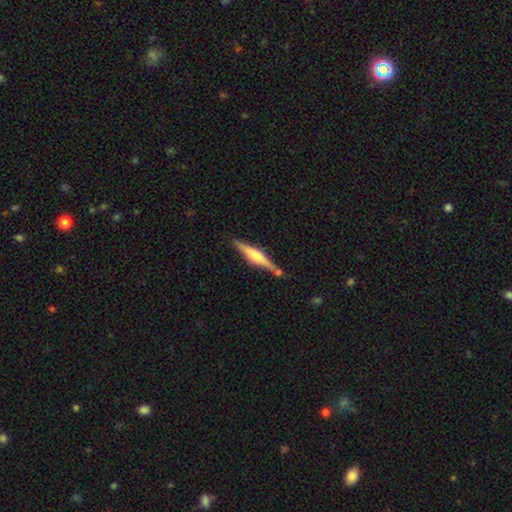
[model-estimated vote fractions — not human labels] This is likely a featured or disk galaxy (67%). It is clearly viewed edge-on (97%). Edge-on bulge: likely rounded (71%). Merging: likely none (77%).